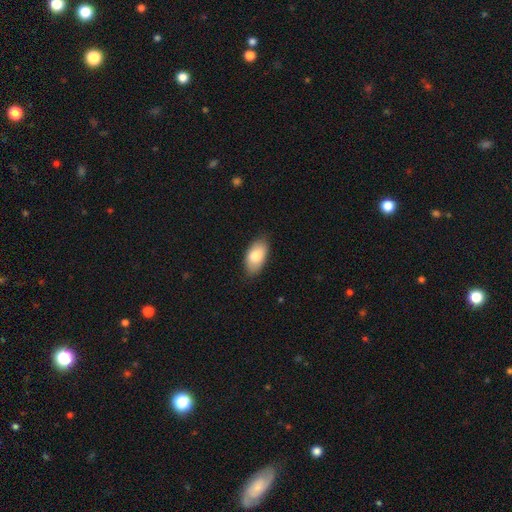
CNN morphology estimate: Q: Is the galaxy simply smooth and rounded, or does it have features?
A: smooth — 83%.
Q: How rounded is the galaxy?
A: in between — 94%.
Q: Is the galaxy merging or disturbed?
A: none — 83%.